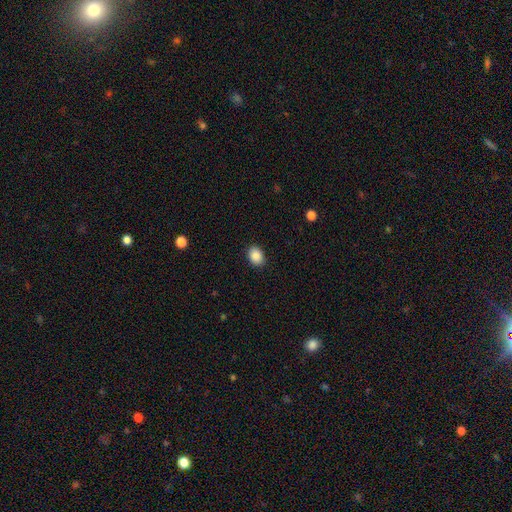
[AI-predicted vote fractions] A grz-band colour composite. It shows a smooth galaxy with no disk features (89%) that is in between round and cigar-shaped (68%). Merging: none (89%).